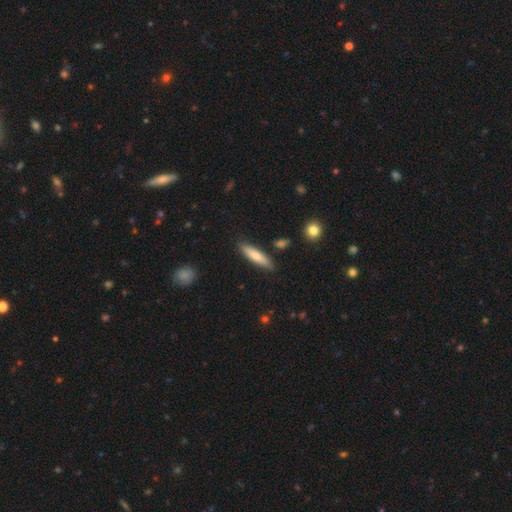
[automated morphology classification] This appears to be a smooth galaxy with no disk features (70%) that is cigar-shaped (74%). Merging: none (86%).